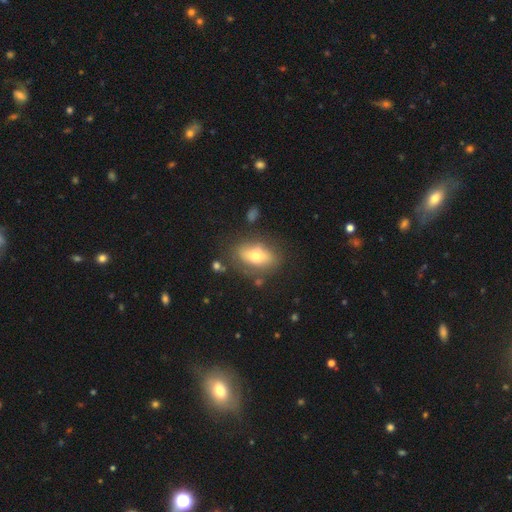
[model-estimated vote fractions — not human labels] smooth_or_featured: smooth (p=0.62) [alt: featured or disk p=0.29]
how_rounded: in between (p=0.84) [alt: round p=0.09]
merging: none (p=0.74) [alt: minor disturbance p=0.16]